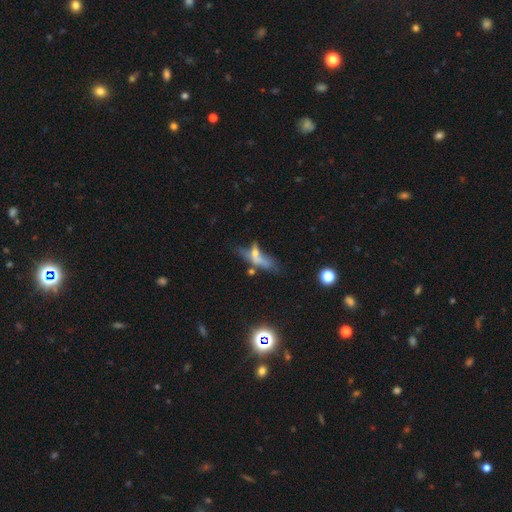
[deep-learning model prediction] Q: Smooth or featured?
A: featured or disk (43%); runner-up: smooth (40%)
Q: Merging?
A: major disturbance (30%); runner-up: none (29%)